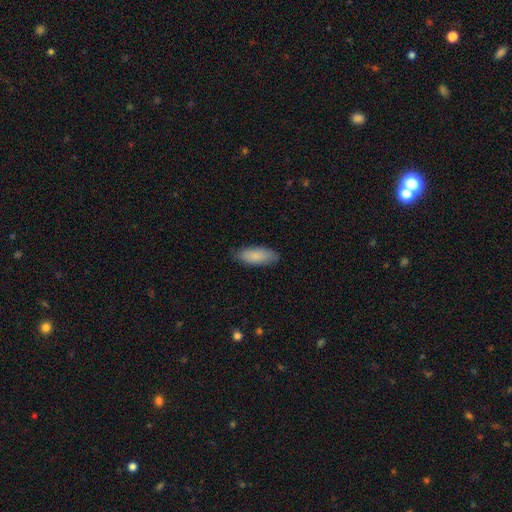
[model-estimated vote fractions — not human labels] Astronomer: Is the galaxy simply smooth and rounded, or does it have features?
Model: smooth — 86%.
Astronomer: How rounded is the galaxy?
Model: in between — 79%.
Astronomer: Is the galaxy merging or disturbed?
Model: none — 83%.